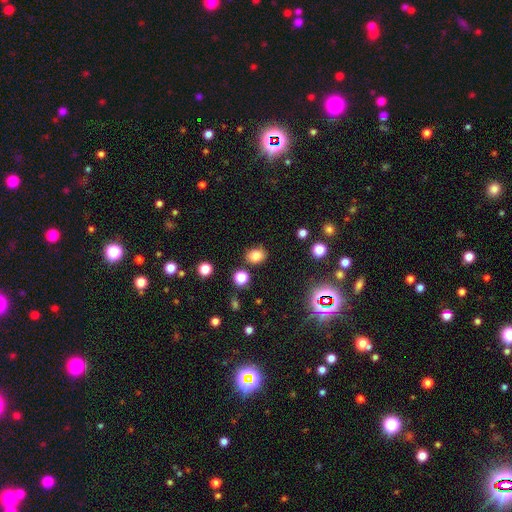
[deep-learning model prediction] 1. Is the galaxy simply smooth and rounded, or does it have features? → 79% smooth, 14% star or artifact, 7% featured or disk.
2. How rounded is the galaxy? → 50% in between, 49% round, 1% cigar-shaped.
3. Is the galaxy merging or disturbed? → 81% none, 11% minor disturbance, 4% merger, 3% major disturbance.